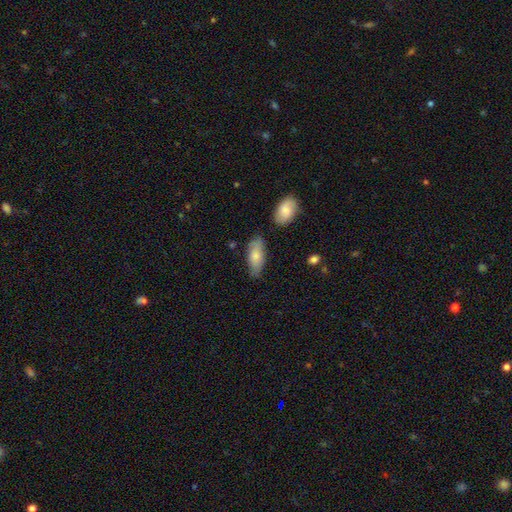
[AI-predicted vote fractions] This appears to be a smooth galaxy with no disk features (77%) that is in between round and cigar-shaped (82%). Merging: none (70%).